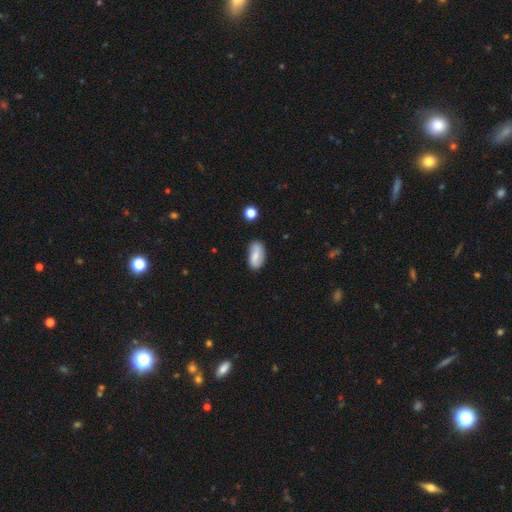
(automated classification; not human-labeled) This appears to be a smooth galaxy with no disk features (66%) that is in between round and cigar-shaped (91%). Merging: none (75%).